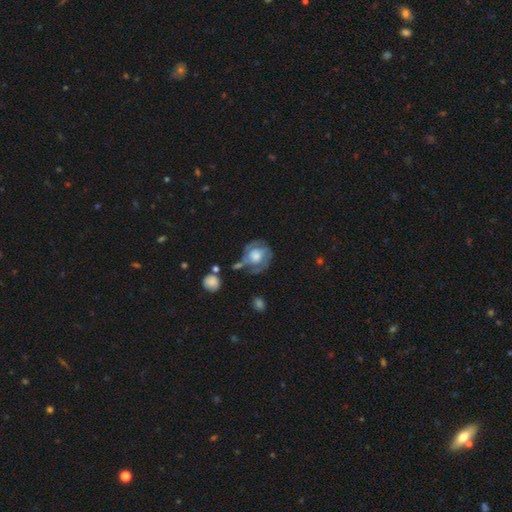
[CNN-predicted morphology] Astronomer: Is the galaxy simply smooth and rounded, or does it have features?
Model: featured or disk — 67%.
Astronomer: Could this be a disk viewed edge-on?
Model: no — 97%.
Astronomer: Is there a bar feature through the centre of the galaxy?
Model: no — 76%.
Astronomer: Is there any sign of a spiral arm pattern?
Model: yes — 84%.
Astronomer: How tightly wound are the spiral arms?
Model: tight — 54% (runner-up: medium, 35%).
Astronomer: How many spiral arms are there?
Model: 2 — 44% (runner-up: can't tell, 26%).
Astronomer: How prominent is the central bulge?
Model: large — 39% (runner-up: moderate, 38%).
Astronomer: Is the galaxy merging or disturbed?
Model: none — 56%.